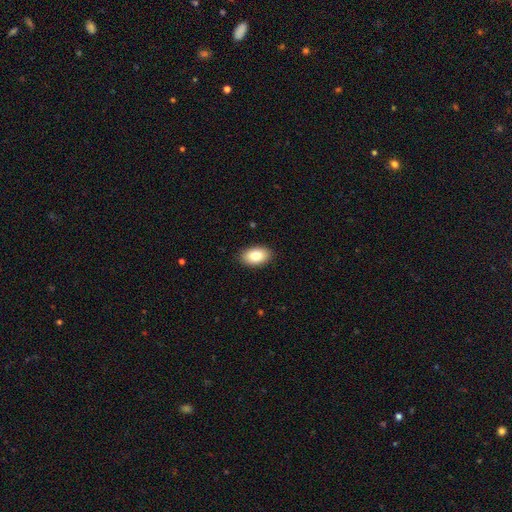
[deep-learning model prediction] smooth_or_featured: smooth (p=0.83) [alt: featured or disk p=0.10]
how_rounded: in between (p=0.92) [alt: round p=0.07]
merging: none (p=0.89) [alt: minor disturbance p=0.08]